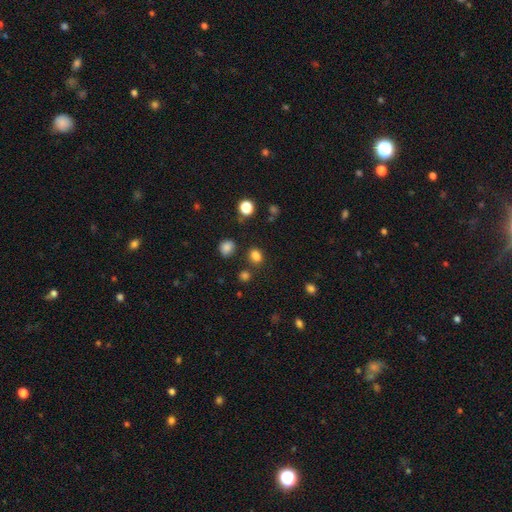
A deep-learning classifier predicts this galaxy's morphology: Smooth or featured? smooth (81%)
How rounded? round (52%)
Merging? none (79%)